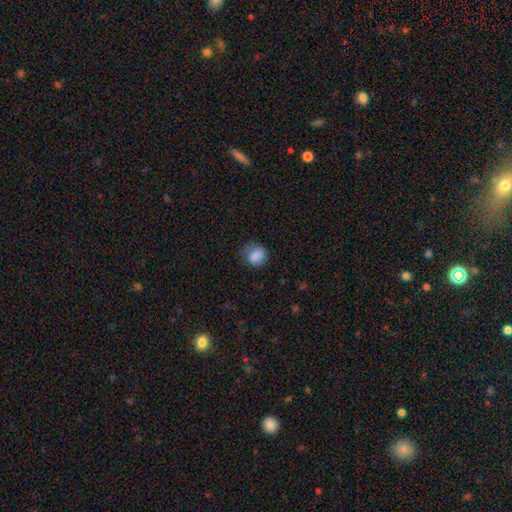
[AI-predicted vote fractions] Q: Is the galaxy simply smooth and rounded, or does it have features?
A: smooth — 83%.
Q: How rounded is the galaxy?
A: round — 69%.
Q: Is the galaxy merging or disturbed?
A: none — 60%.